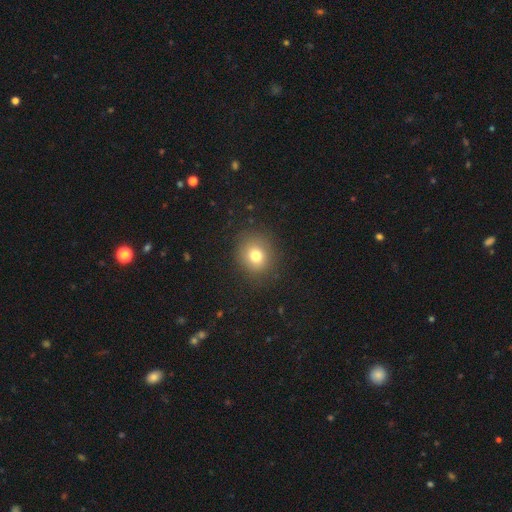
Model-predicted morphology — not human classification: Smooth or featured: smooth — 76% (star or artifact — 13%)
How rounded: round — 79% (in between — 20%)
Merging: none — 86% (minor disturbance — 9%)